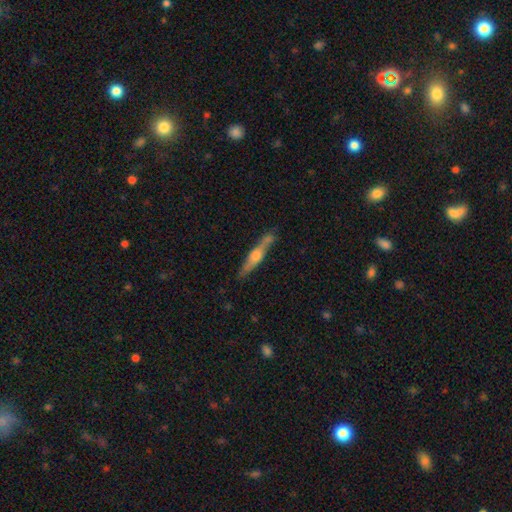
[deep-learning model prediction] smooth_or_featured: featured or disk (p=0.58) [alt: smooth p=0.36]
disk_edge_on: yes (p=0.94) [alt: no p=0.06]
edge_on_bulge: rounded (p=0.86) [alt: boxy p=0.09]
merging: none (p=0.76) [alt: minor disturbance p=0.15]